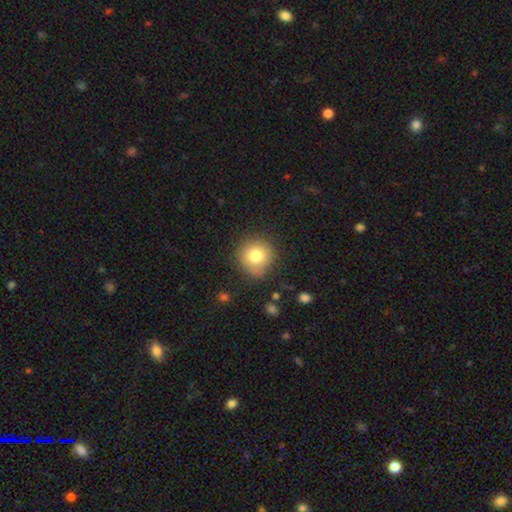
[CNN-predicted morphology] Smooth or featured? smooth (79%)
How rounded? round (91%)
Merging? none (77%)